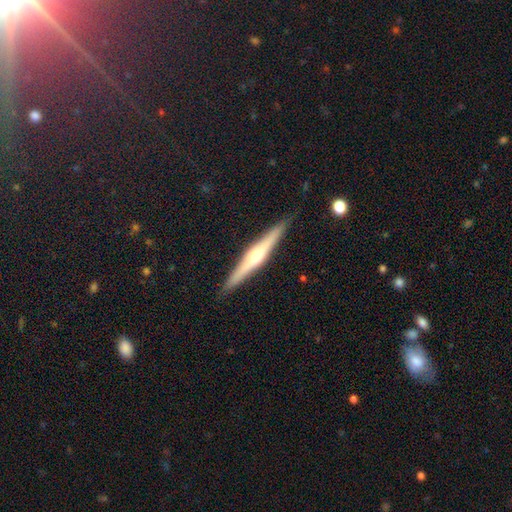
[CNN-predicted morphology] Q: Smooth or featured?
A: featured or disk (73%); runner-up: smooth (21%)
Q: Edge-on disk?
A: yes (97%); runner-up: no (3%)
Q: Edge-on bulge?
A: rounded (87%); runner-up: none (7%)
Q: Merging?
A: none (90%); runner-up: minor disturbance (7%)